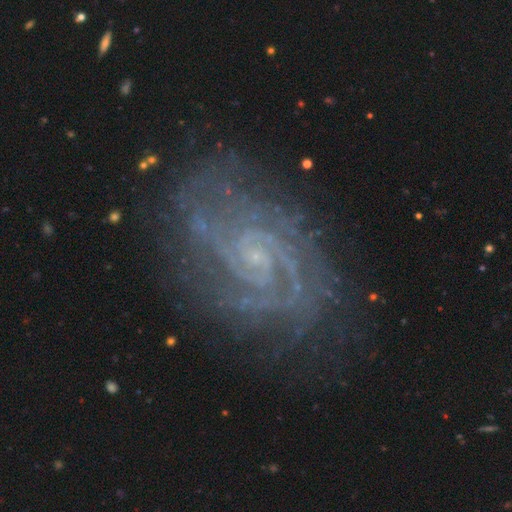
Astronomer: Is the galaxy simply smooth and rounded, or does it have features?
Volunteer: featured or disk — 95%.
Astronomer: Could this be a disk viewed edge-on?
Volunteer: no — 100%.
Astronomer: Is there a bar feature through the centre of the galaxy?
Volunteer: no — 66%.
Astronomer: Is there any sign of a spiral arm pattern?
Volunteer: yes — 97%.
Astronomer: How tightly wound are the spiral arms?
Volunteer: tight — 62%.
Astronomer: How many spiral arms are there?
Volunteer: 2 — 79%.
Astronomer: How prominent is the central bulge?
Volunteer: small — 83%.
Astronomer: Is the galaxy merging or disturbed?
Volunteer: none — 74%.